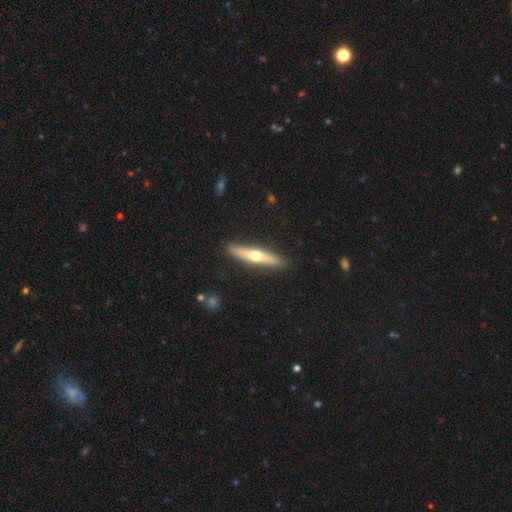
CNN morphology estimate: The model was most divided on "smooth or featured": featured or disk: 52%, smooth: 43%, star or artifact: 5%. More confident: edge-on disk — yes (92%); merging — none (90%).